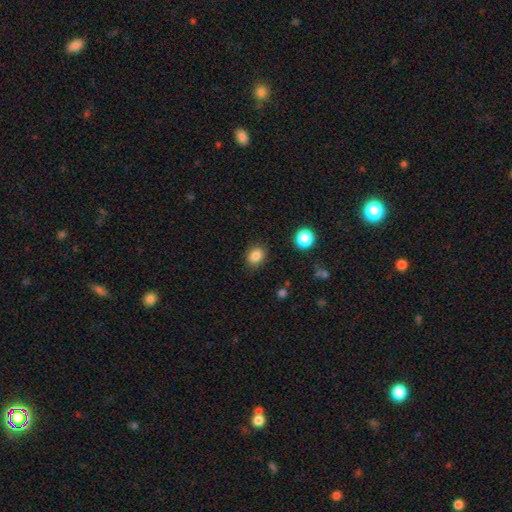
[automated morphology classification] smooth_or_featured: smooth (p=0.84) [alt: star or artifact p=0.11]
how_rounded: in between (p=0.52) [alt: round p=0.47]
merging: none (p=0.86) [alt: minor disturbance p=0.10]